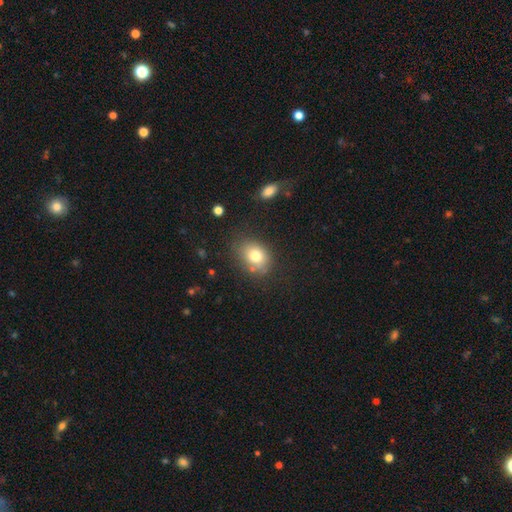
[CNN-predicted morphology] smooth-or-featured: smooth: 77% | featured or disk: 12% | star or artifact: 11%
  how-rounded: in between: 62% | round: 38% | cigar-shaped: 1%
  merging: none: 72% | minor disturbance: 18% | major disturbance: 6% | merger: 4%